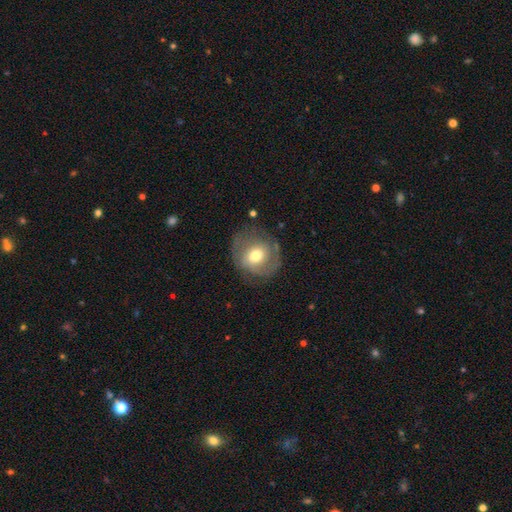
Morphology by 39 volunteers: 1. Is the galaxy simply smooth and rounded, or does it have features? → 54% featured or disk, 38% smooth, 8% star or artifact.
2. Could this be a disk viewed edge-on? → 100% no, 0% yes.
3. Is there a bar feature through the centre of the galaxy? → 81% no, 19% weak, 0% strong.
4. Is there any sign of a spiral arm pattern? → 67% yes, 33% no.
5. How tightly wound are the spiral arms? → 64% tight, 21% medium, 14% loose.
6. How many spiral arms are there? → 43% 2, 29% 1, 21% can't tell, 7% 3, 0% 4, 0% more than 4.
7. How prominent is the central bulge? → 86% moderate, 14% small, 0% dominant, 0% large, 0% none.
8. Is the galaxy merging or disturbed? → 78% none, 17% major disturbance, 3% minor disturbance, 3% merger.